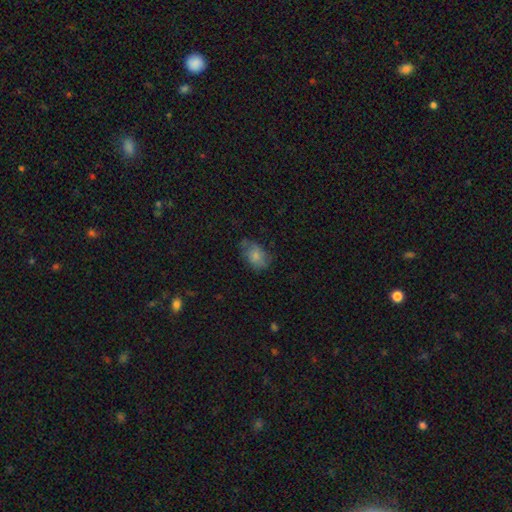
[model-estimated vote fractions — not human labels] Q: Smooth or featured?
A: smooth (72%); runner-up: featured or disk (19%)
Q: How rounded?
A: in between (84%); runner-up: round (15%)
Q: Merging?
A: none (56%); runner-up: minor disturbance (29%)